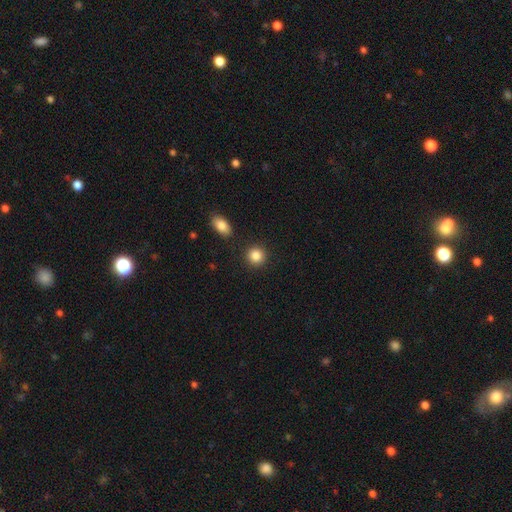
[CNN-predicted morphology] Smooth or featured? Predicted: smooth (p=0.87). How rounded? Predicted: round (p=0.88). Merging? Predicted: none (p=0.88).